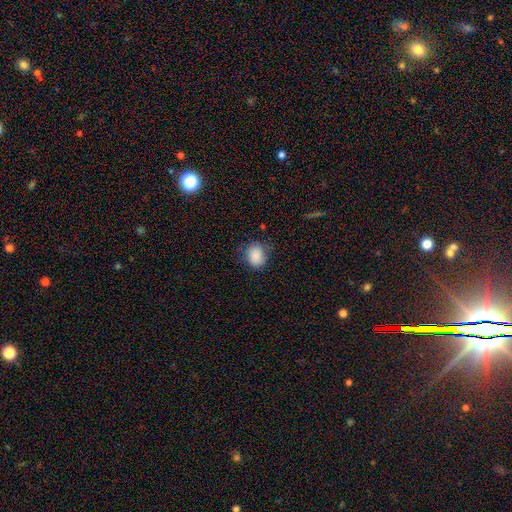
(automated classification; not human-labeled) The model was most divided on "how rounded": round: 56%, in between: 43%, cigar-shaped: 1%. More confident: smooth or featured — smooth (87%); merging — none (73%).